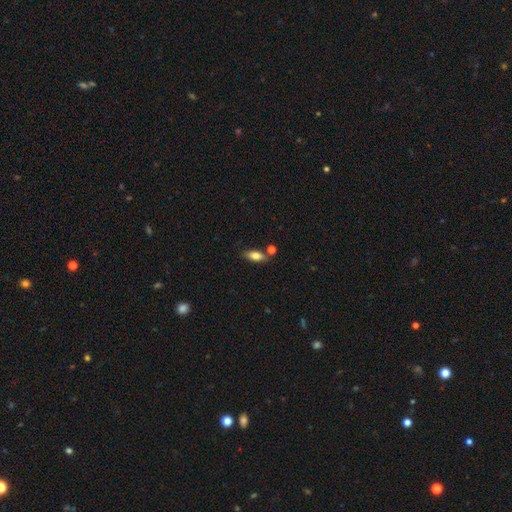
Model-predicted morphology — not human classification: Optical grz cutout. It shows a smooth galaxy with no disk features (79%) that is in between round and cigar-shaped (81%). Merging: none (74%).